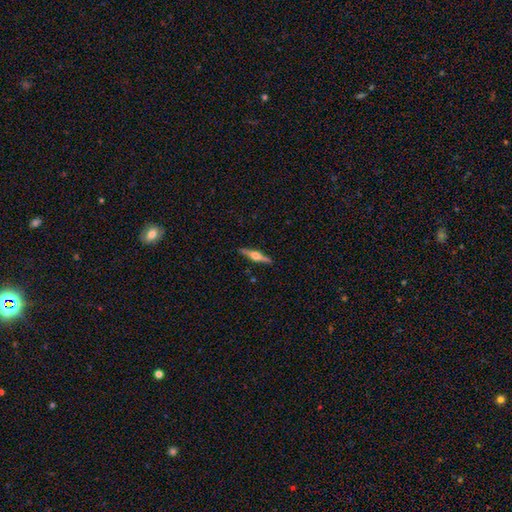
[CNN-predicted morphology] Smooth or featured? featured or disk (75%)
Edge-on disk? yes (98%)
Edge-on bulge? rounded (94%)
Merging? none (90%)